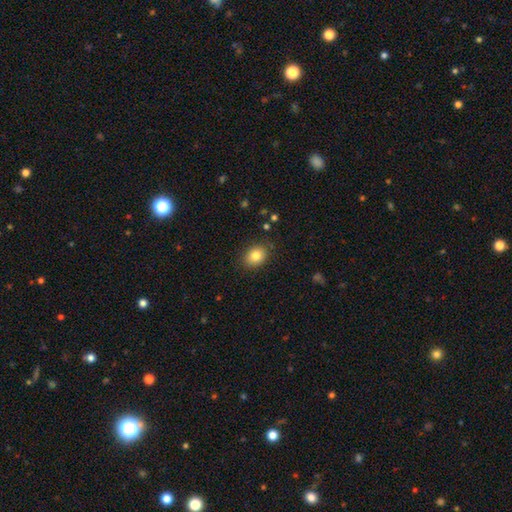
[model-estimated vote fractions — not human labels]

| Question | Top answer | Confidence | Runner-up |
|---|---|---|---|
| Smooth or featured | smooth | 83% | star or artifact (9%) |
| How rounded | in between | 55% | round (44%) |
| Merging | none | 86% | minor disturbance (10%) |